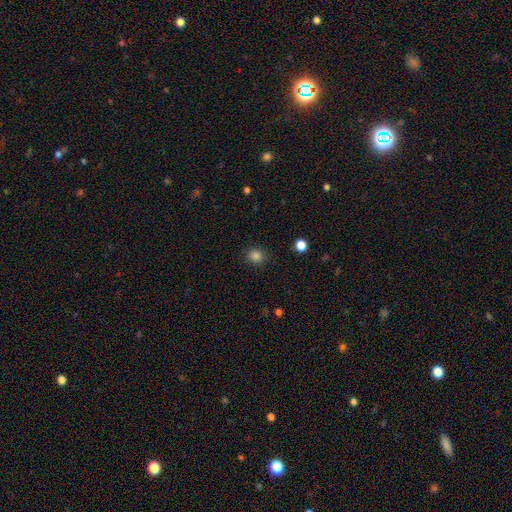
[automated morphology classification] A smooth galaxy with no disk features (84%) that is round (85%).

Vote fractions:
- Smooth or featured? smooth: 84% / star or artifact: 13% / featured or disk: 4%
- How rounded? round: 85% / in between: 14% / cigar-shaped: 1%
- Merging? none: 90% / minor disturbance: 7% / major disturbance: 2% / merger: 1%